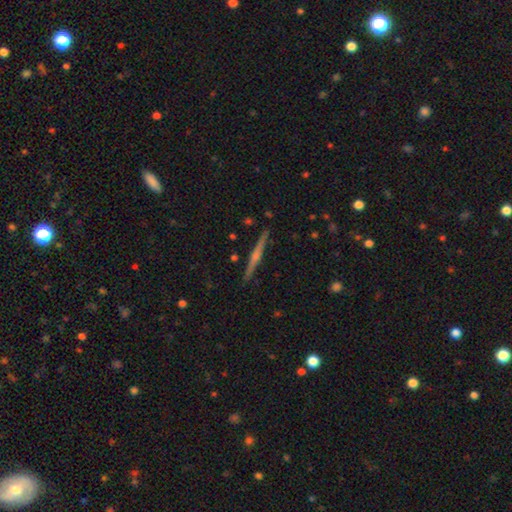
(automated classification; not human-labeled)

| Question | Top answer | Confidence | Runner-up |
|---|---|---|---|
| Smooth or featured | featured or disk | 77% | smooth (17%) |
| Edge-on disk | yes | 98% | no (2%) |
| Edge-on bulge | rounded | 76% | none (16%) |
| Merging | none | 92% | minor disturbance (6%) |